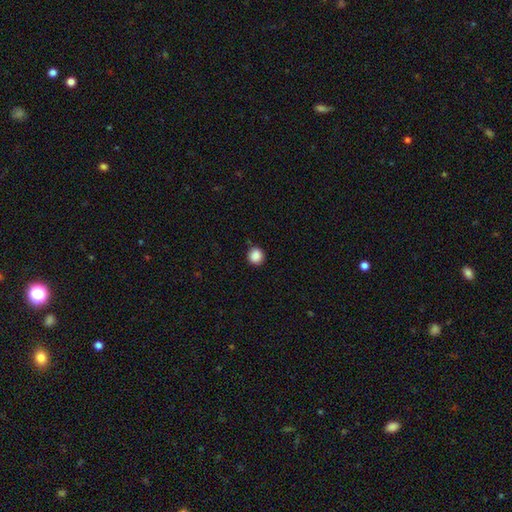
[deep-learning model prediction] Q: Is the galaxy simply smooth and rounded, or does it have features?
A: smooth — 88%.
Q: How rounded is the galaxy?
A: round — 92%.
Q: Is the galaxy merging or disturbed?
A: none — 88%.